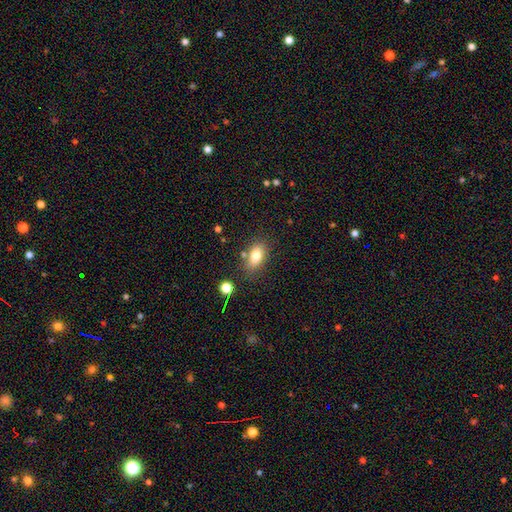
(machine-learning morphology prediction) A smooth galaxy with no disk features (77%) that is in between round and cigar-shaped (83%). Merging: none (74%).